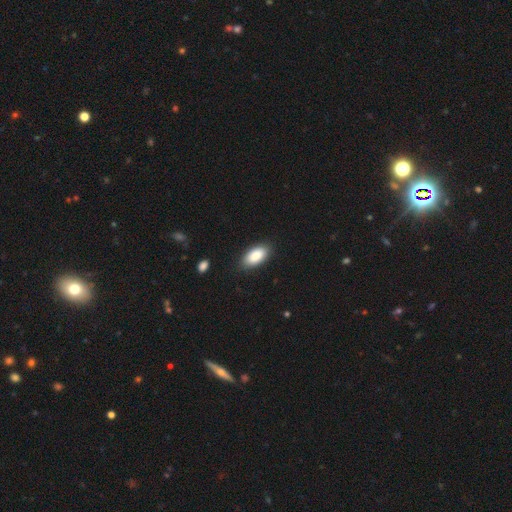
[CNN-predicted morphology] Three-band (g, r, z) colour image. It shows a smooth galaxy with no disk features (89%) that is in between round and cigar-shaped (94%). Merging: none (87%).